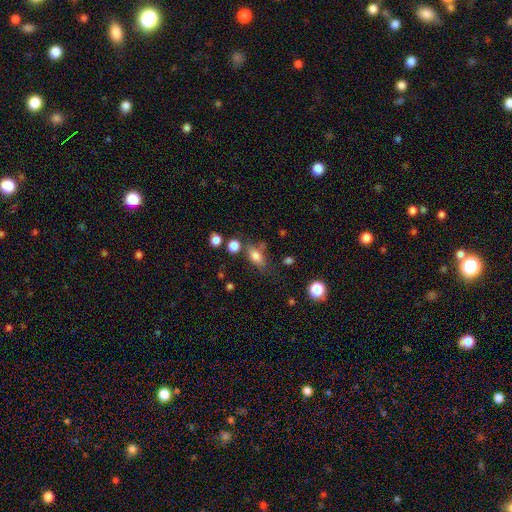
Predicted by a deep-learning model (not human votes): This is likely a smooth galaxy (73%). How rounded: likely in between (77%). Merging: likely none (60%).